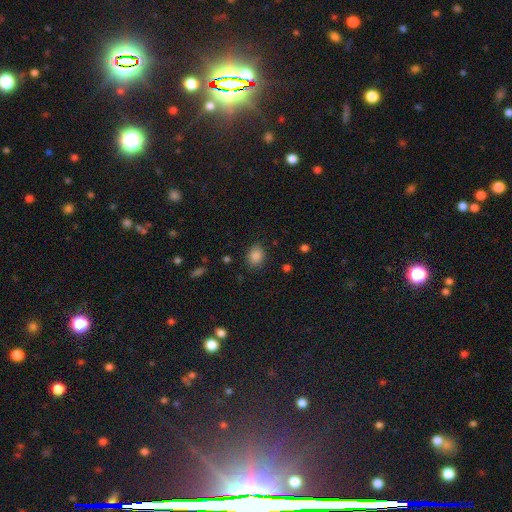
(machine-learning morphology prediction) smooth 86%, star or artifact 10%, featured or disk 4%. Down the decision tree: how rounded — round (54%); merging — none (84%).